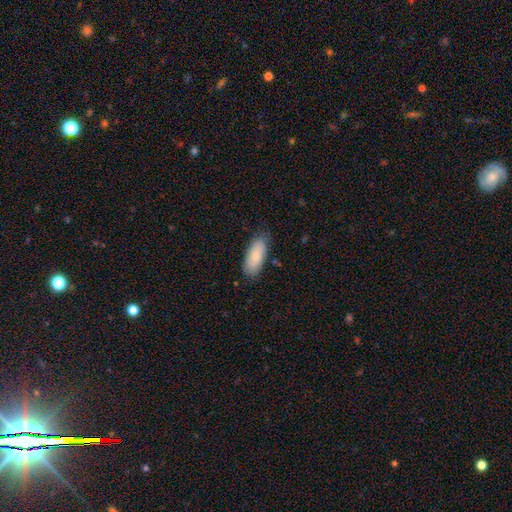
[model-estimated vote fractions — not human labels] A smooth galaxy with no disk features (83%) that is in between round and cigar-shaped (85%).

Vote fractions:
- Smooth or featured? smooth: 83% / featured or disk: 11% / star or artifact: 6%
- How rounded? in between: 85% / cigar-shaped: 13% / round: 2%
- Merging? none: 78% / minor disturbance: 17% / major disturbance: 3% / merger: 1%